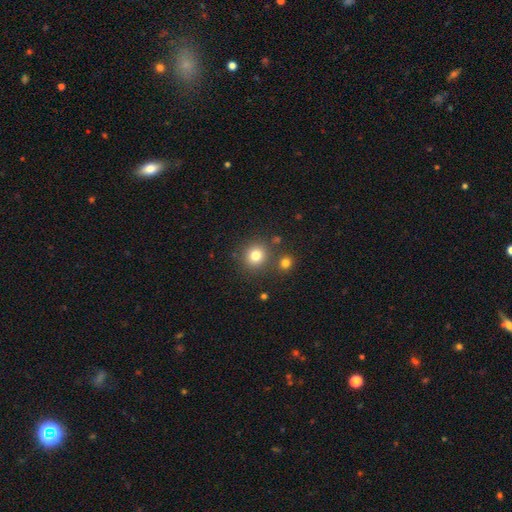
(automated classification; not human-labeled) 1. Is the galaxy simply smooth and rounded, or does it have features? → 80% smooth, 13% star or artifact, 7% featured or disk.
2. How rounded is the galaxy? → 90% round, 9% in between, 1% cigar-shaped.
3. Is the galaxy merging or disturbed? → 82% none, 8% merger, 7% minor disturbance, 3% major disturbance.